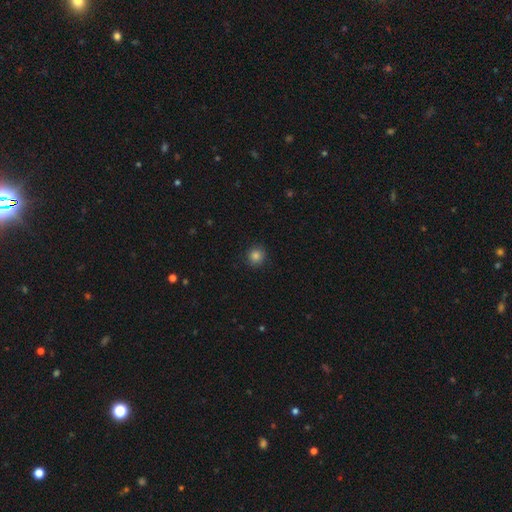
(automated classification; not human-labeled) Smooth or featured? smooth (84%)
How rounded? round (91%)
Merging? none (89%)